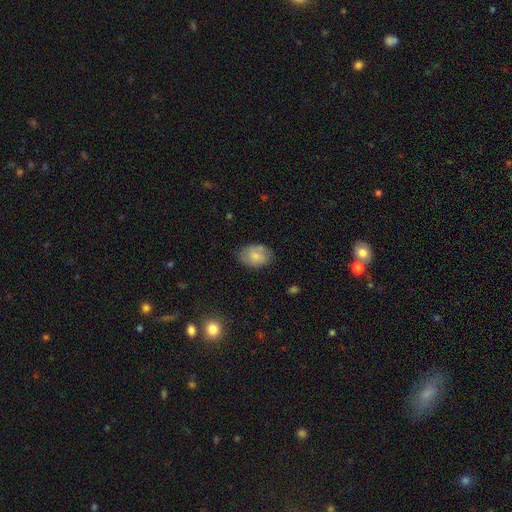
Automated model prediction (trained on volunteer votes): A smooth galaxy with no disk features (68%) that is in between round and cigar-shaped (78%). Merging: none (72%).